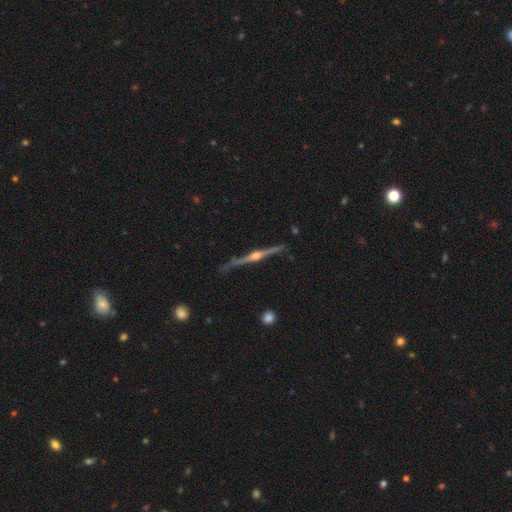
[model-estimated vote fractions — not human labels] Q: Smooth or featured?
A: featured or disk (87%); runner-up: smooth (8%)
Q: Edge-on disk?
A: yes (98%); runner-up: no (2%)
Q: Edge-on bulge?
A: rounded (95%); runner-up: boxy (3%)
Q: Merging?
A: none (81%); runner-up: minor disturbance (14%)